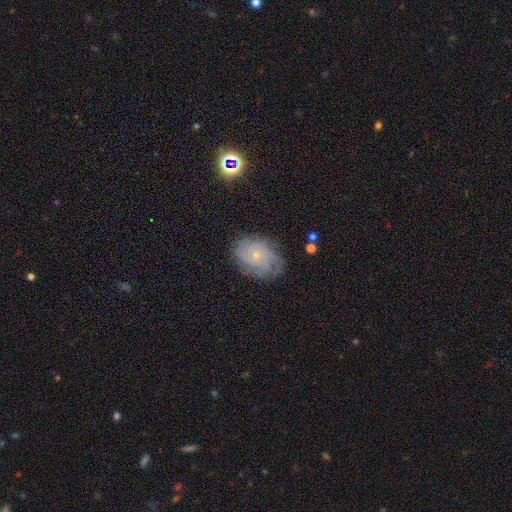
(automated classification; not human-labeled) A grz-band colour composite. It shows a featured or disk galaxy (74%) with no bar (80%), tight (67%) spiral arms (93%) and a small central bulge (81%). Merging: none (74%).